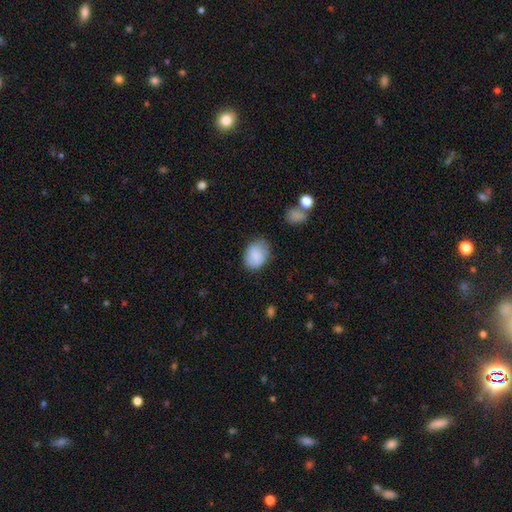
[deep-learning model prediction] The model was most divided on "how rounded": in between: 60%, round: 39%, cigar-shaped: 1%. More confident: smooth or featured — smooth (84%); merging — none (71%).